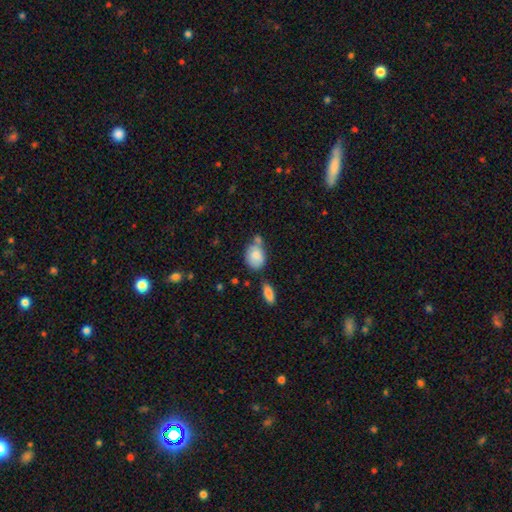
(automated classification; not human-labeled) smooth-or-featured: smooth: 82% | featured or disk: 11% | star or artifact: 7%
  how-rounded: in between: 70% | round: 28% | cigar-shaped: 1%
  merging: none: 45% | merger: 25% | minor disturbance: 23% | major disturbance: 7%